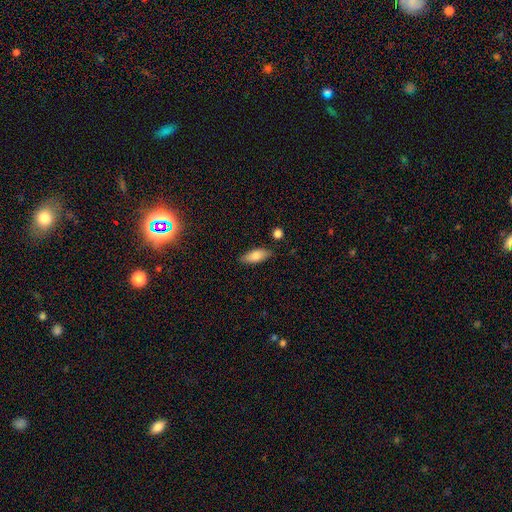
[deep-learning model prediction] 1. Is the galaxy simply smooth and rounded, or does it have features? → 80% smooth, 13% featured or disk, 7% star or artifact.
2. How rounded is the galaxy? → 77% in between, 20% cigar-shaped, 3% round.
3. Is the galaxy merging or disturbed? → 82% none, 13% minor disturbance, 3% merger, 3% major disturbance.